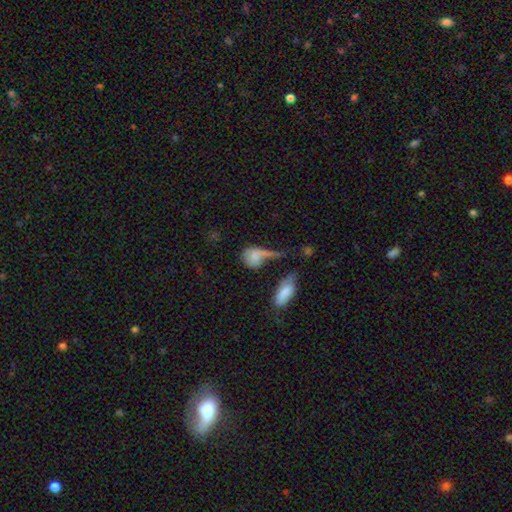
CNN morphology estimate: smooth 68%, featured or disk 21%, star or artifact 10%. Down the decision tree: how rounded — in between (58%); merging — major disturbance (33%).